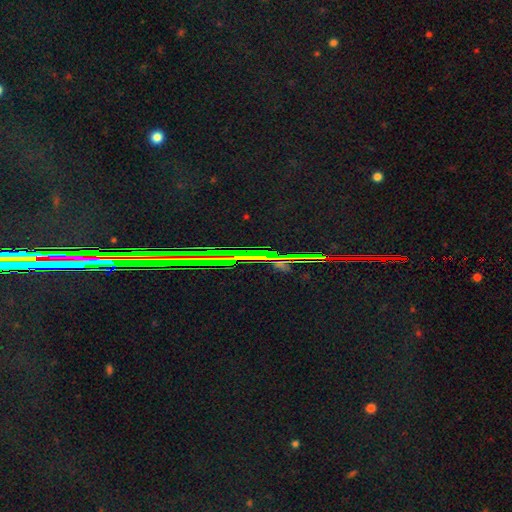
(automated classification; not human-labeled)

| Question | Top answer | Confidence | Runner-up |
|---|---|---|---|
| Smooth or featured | star or artifact | 86% | featured or disk (8%) |